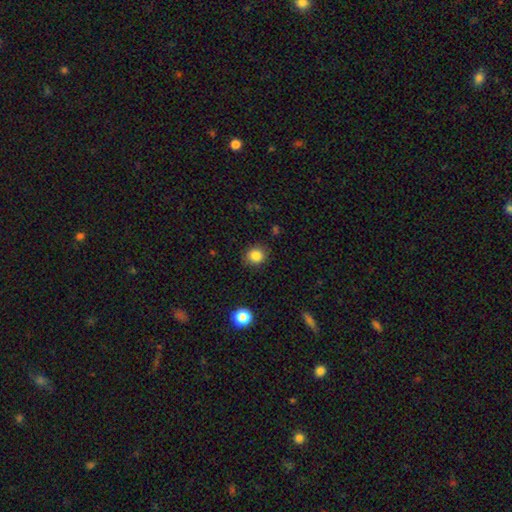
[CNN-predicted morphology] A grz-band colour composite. It shows a smooth galaxy with no disk features (85%) that is round (79%). Merging: none (87%).